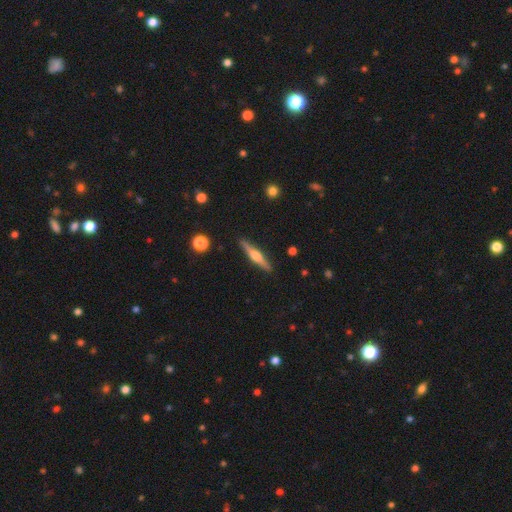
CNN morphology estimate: Smooth or featured: featured or disk — 62% (smooth — 32%)
Edge-on disk: yes — 97% (no — 3%)
Edge-on bulge: rounded — 86% (boxy — 10%)
Merging: none — 90% (minor disturbance — 8%)